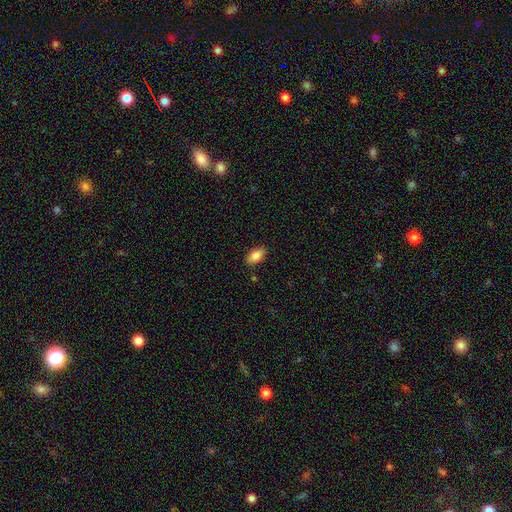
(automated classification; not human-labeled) Smooth or featured?
  - smooth: 84% *
  - featured or disk: 8%
  - star or artifact: 7%
How rounded?
  - in between: 91% *
  - cigar-shaped: 5%
  - round: 4%
Merging?
  - none: 87% *
  - minor disturbance: 10%
  - major disturbance: 2%
  - merger: 1%